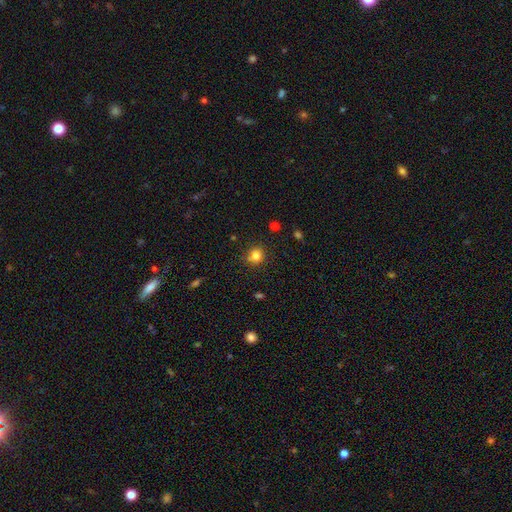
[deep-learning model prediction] This appears to be a smooth galaxy with no disk features (79%) that is round (87%). Merging: none (79%).